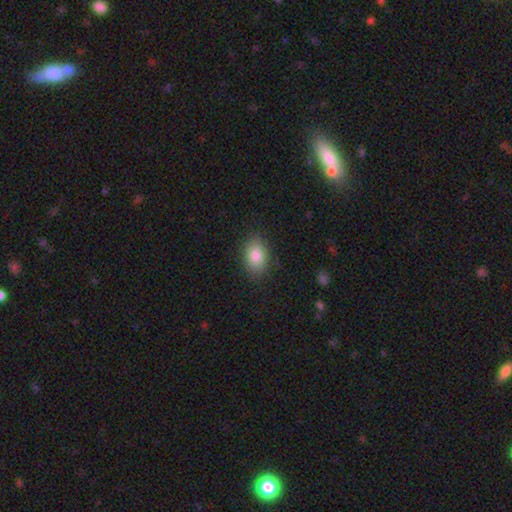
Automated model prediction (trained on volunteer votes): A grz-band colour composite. It shows a smooth galaxy with no disk features (85%) that is in between round and cigar-shaped (84%). Merging: none (85%).